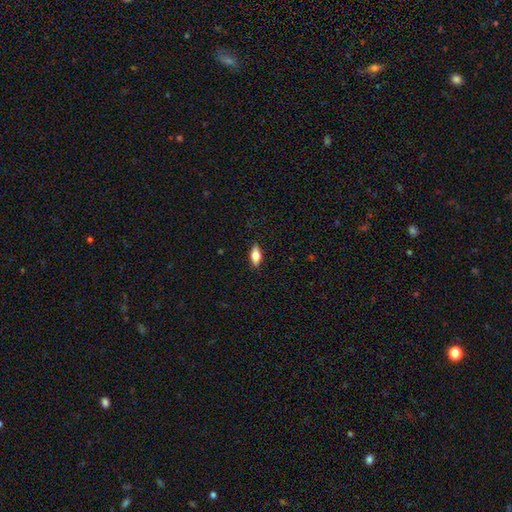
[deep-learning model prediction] Smooth or featured: smooth — 74% (featured or disk — 19%)
How rounded: in between — 83% (cigar-shaped — 14%)
Merging: none — 88% (minor disturbance — 9%)